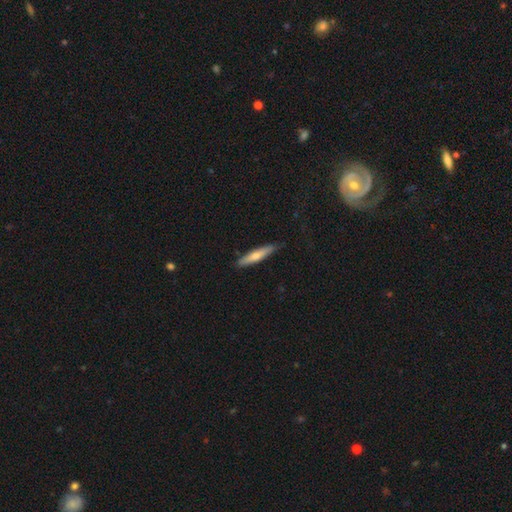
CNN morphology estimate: Q: Smooth or featured?
A: smooth (59%); runner-up: featured or disk (35%)
Q: How rounded?
A: cigar-shaped (86%); runner-up: in between (12%)
Q: Merging?
A: none (84%); runner-up: minor disturbance (13%)